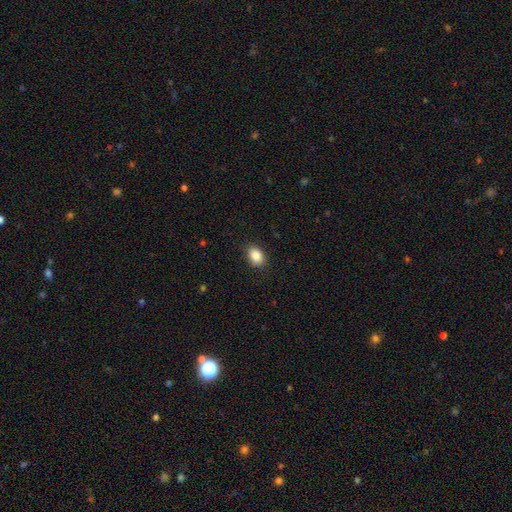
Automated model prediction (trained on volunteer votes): smooth 87%, star or artifact 8%, featured or disk 4%. Down the decision tree: how rounded — in between (80%); merging — none (87%).